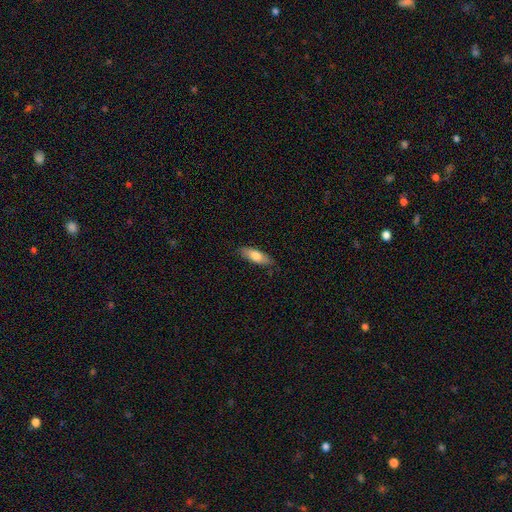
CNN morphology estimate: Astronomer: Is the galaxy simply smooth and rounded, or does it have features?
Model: smooth — 74%.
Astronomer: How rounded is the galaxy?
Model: in between — 63%.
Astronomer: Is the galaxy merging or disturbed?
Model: none — 81%.